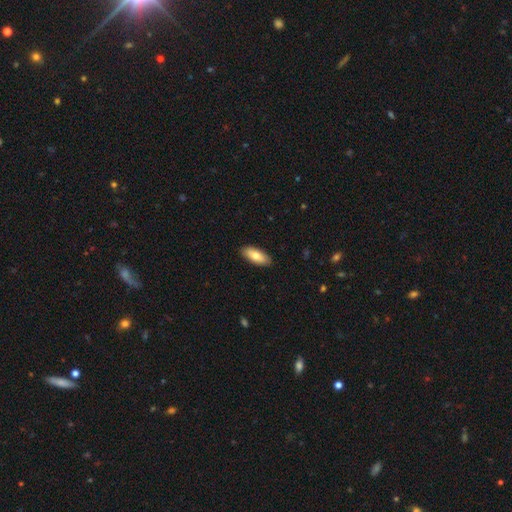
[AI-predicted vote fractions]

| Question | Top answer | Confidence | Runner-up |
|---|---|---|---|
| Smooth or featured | smooth | 79% | featured or disk (15%) |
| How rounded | in between | 80% | cigar-shaped (18%) |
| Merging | none | 89% | minor disturbance (9%) |